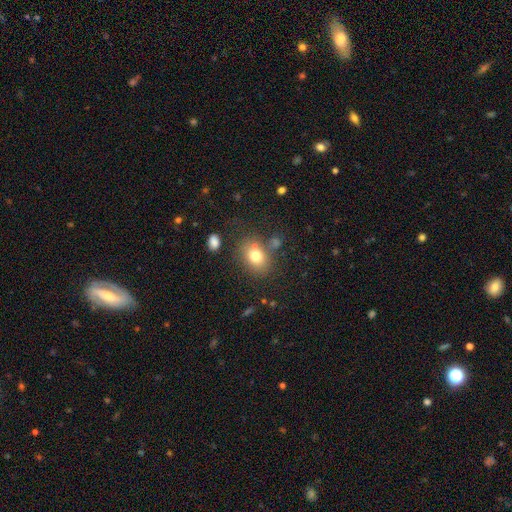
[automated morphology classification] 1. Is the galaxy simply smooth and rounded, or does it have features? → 75% smooth, 14% featured or disk, 12% star or artifact.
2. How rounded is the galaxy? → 56% in between, 43% round, 1% cigar-shaped.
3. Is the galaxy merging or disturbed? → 70% none, 14% minor disturbance, 10% merger, 6% major disturbance.